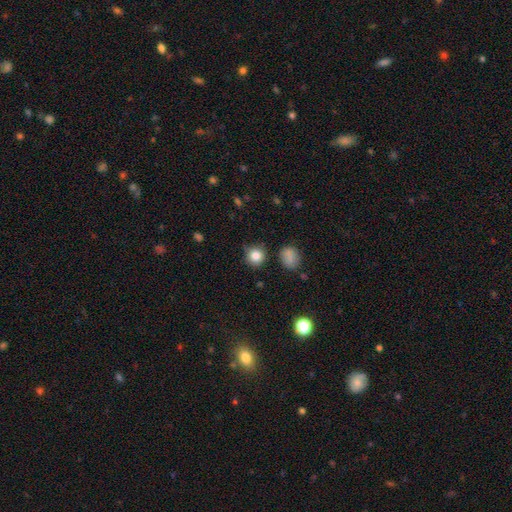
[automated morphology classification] Overall: smooth (83%). How rounded: round (90%). Merging: none (80%).